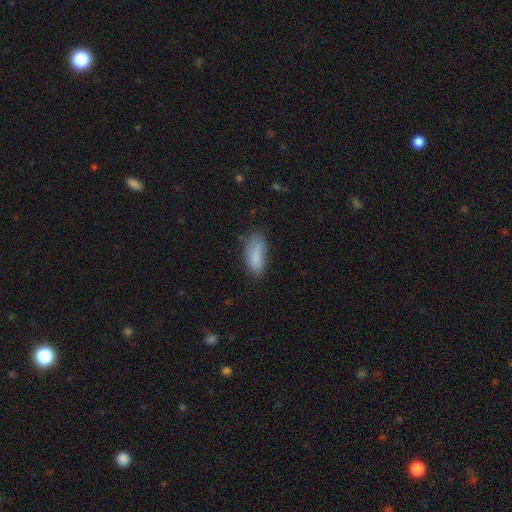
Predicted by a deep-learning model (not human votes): Q: Smooth or featured?
A: smooth (84%); runner-up: featured or disk (9%)
Q: How rounded?
A: in between (78%); runner-up: cigar-shaped (20%)
Q: Merging?
A: none (59%); runner-up: minor disturbance (30%)